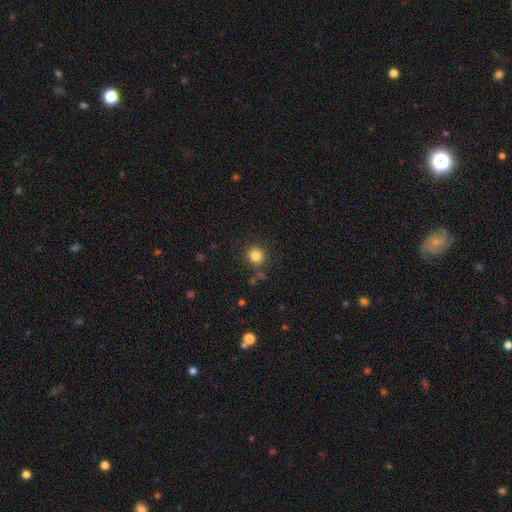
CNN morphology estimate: Smooth or featured? smooth (83%)
How rounded? round (92%)
Merging? none (85%)